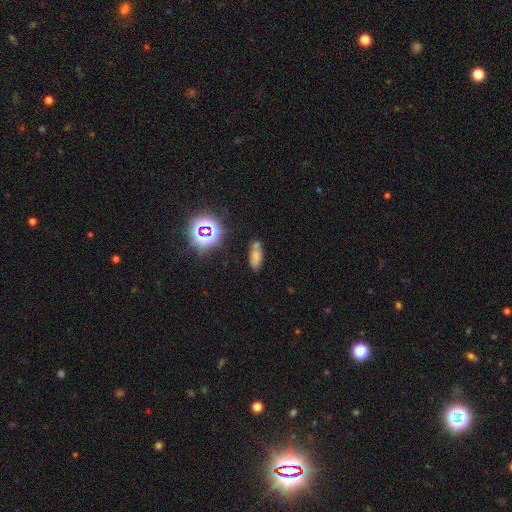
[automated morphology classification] smooth 62%, star or artifact 22%, featured or disk 17%. Down the decision tree: how rounded — in between (76%); merging — none (62%).